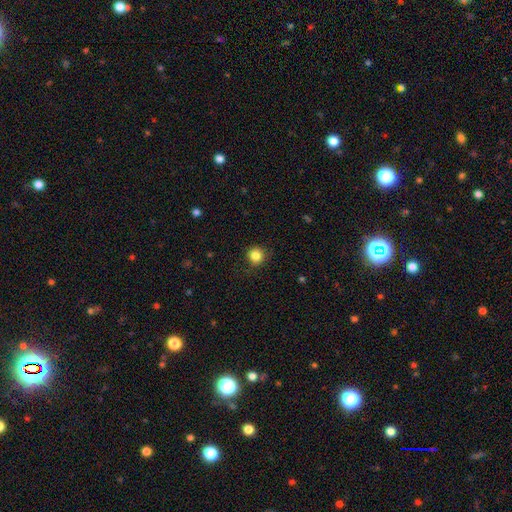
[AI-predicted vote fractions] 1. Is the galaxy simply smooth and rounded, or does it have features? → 84% smooth, 11% star or artifact, 5% featured or disk.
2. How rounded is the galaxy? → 92% round, 7% in between, 1% cigar-shaped.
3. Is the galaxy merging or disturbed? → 87% none, 10% minor disturbance, 3% major disturbance, 1% merger.